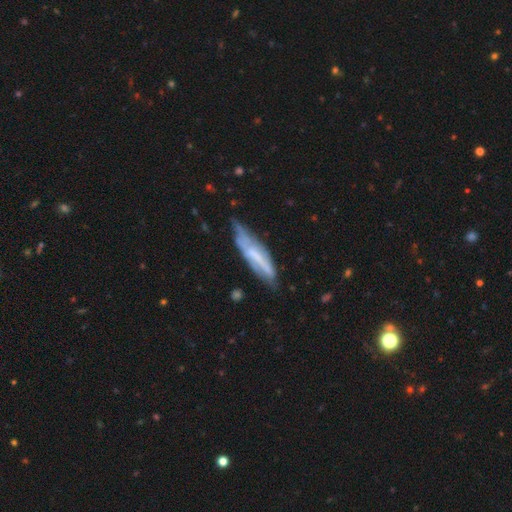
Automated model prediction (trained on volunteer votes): featured or disk 58%, smooth 34%, star or artifact 8%. Down the decision tree: edge-on disk — yes (51%); merging — none (50%).